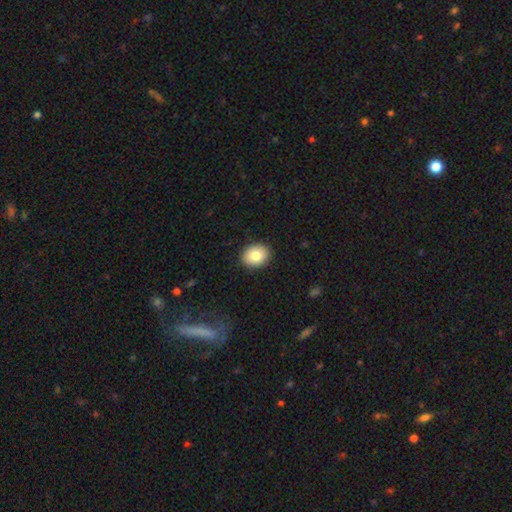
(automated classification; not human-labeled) A smooth galaxy with no disk features (82%) that is in between round and cigar-shaped (52%).

Vote fractions:
- Smooth or featured? smooth: 82% / featured or disk: 10% / star or artifact: 8%
- How rounded? in between: 52% / round: 47% / cigar-shaped: 1%
- Merging? none: 90% / minor disturbance: 7% / major disturbance: 2% / merger: 1%